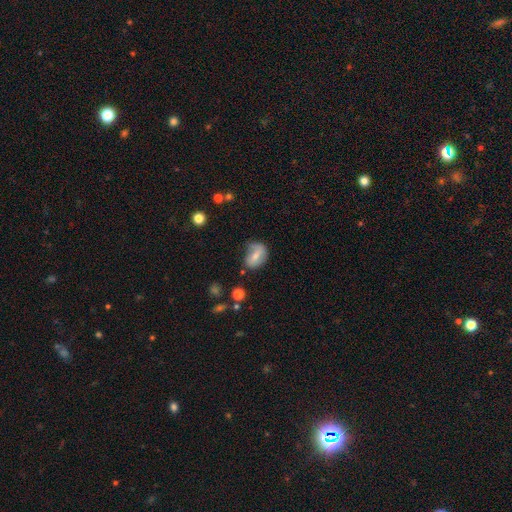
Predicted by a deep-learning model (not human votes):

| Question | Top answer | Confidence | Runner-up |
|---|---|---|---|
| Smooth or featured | smooth | 53% | featured or disk (38%) |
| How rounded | in between | 69% | round (29%) |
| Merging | none | 48% | minor disturbance (31%) |